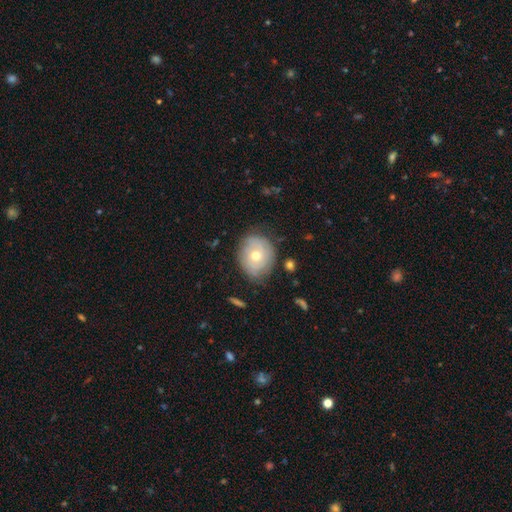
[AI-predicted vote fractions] smooth_or_featured: featured or disk (p=0.47) [alt: smooth p=0.45]
merging: none (p=0.74) [alt: minor disturbance p=0.19]